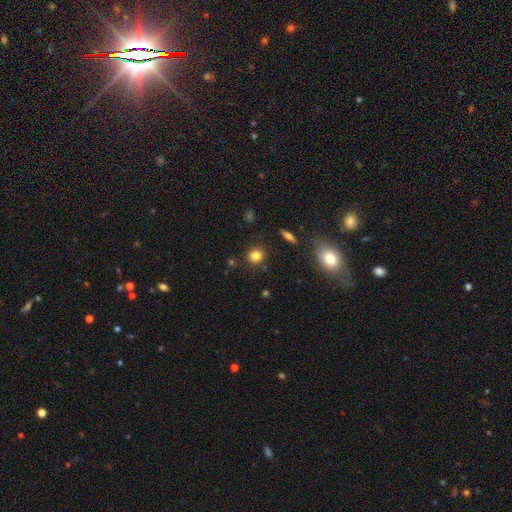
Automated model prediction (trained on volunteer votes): This appears to be a smooth galaxy with no disk features (82%) that is round (78%). Merging: none (87%).